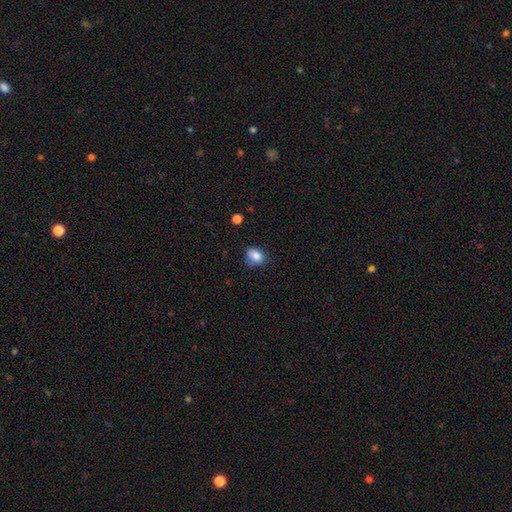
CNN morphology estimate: This is clearly a smooth galaxy (83%). How rounded: possibly round (51%). Merging: possibly none (59%).